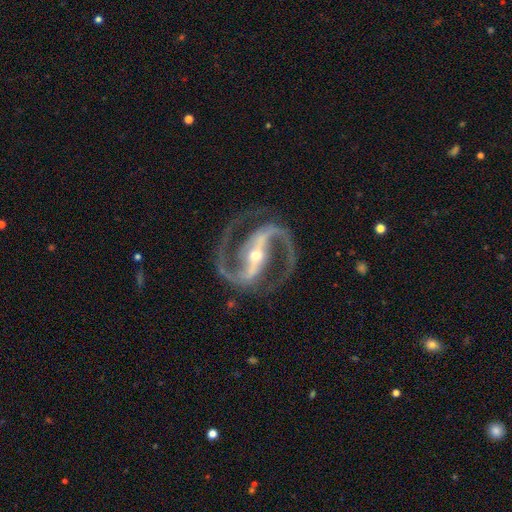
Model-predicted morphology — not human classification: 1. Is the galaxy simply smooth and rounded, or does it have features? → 94% featured or disk, 4% star or artifact, 2% smooth.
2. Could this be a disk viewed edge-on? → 97% no, 3% yes.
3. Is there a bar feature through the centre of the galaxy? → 75% strong, 16% weak, 9% no.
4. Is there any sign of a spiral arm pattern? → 99% yes, 1% no.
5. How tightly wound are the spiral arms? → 65% medium, 24% tight, 11% loose.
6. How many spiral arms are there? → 95% 2, 1% 3, 1% can't tell, 1% 1, 1% 4, 1% more than 4.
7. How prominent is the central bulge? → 57% small, 39% moderate, 2% large, 1% none, 1% dominant.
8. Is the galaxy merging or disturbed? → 84% none, 10% minor disturbance, 5% major disturbance, 1% merger.